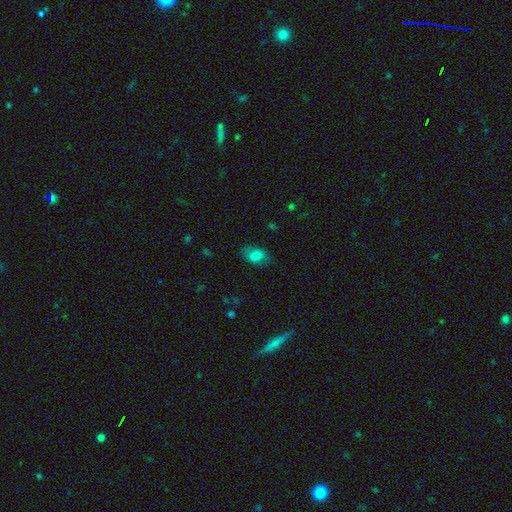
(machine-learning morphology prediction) Q: Smooth or featured?
A: smooth (78%); runner-up: featured or disk (13%)
Q: How rounded?
A: in between (89%); runner-up: round (9%)
Q: Merging?
A: none (74%); runner-up: minor disturbance (18%)